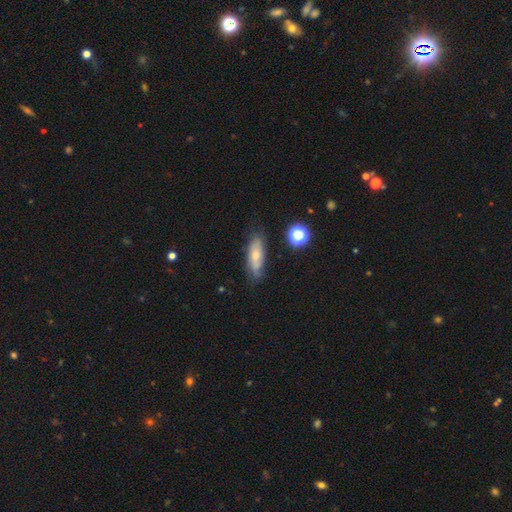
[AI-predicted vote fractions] Smooth or featured: smooth — 51% (featured or disk — 39%)
How rounded: in between — 63% (cigar-shaped — 34%)
Merging: none — 66% (minor disturbance — 24%)